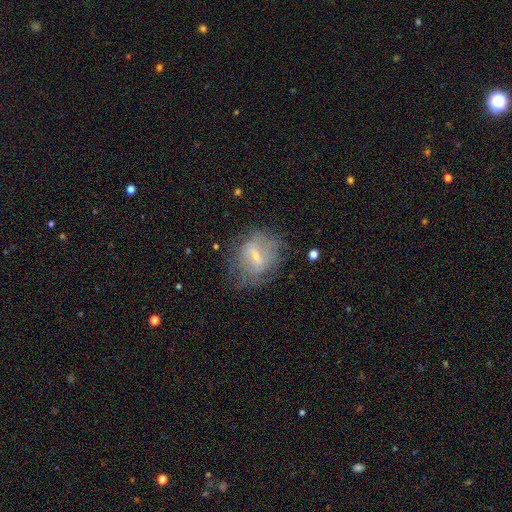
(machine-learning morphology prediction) smooth_or_featured: featured or disk (p=0.60) [alt: smooth p=0.29]
disk_edge_on: no (p=0.92) [alt: yes p=0.08]
bar: weak (p=0.48) [alt: no p=0.27]
has_spiral_arms: no (p=0.52) [alt: yes p=0.48]
bulge_size: small (p=0.70) [alt: moderate p=0.24]
merging: none (p=0.60) [alt: minor disturbance p=0.22]